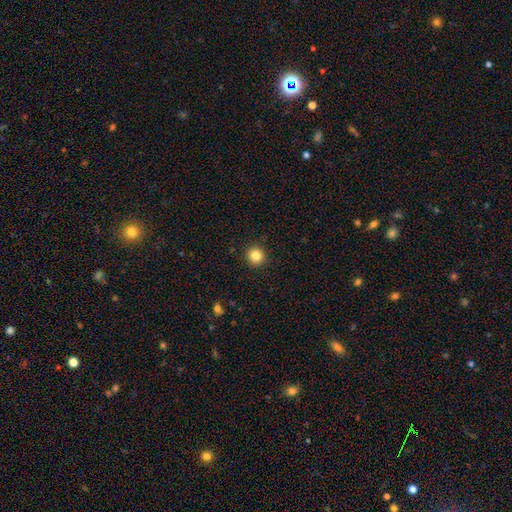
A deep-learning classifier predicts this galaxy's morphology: This is clearly a smooth galaxy (84%). How rounded: clearly round (94%). Merging: clearly none (93%).